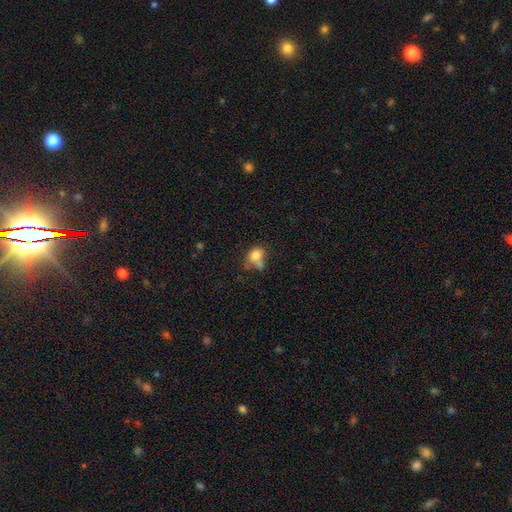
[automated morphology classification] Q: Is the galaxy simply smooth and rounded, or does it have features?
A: smooth — 78%.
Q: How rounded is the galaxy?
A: round — 52%.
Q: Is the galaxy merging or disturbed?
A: none — 36%.